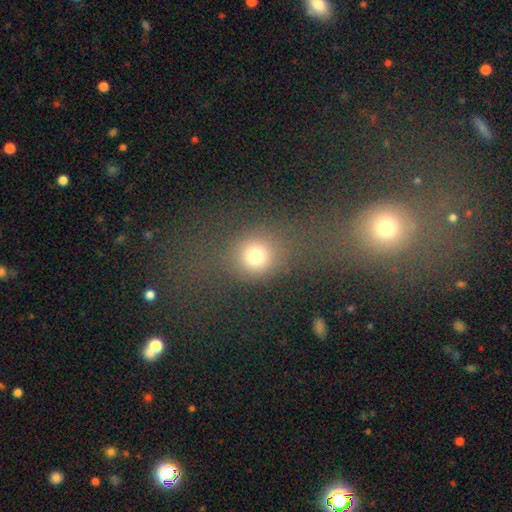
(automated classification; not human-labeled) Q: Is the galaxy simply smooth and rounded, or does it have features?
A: smooth — 74%.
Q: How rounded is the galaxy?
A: round — 72%.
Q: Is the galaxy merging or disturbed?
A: none — 57%.